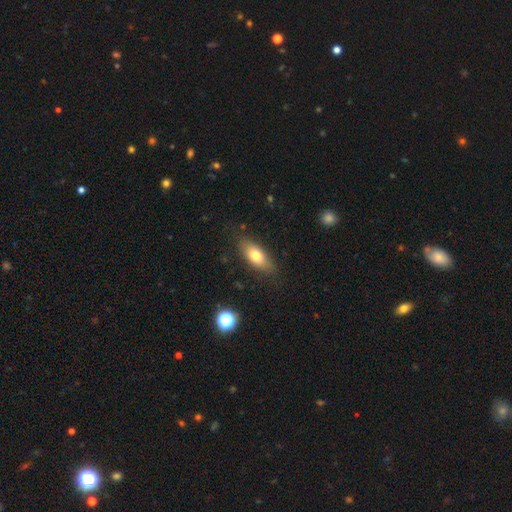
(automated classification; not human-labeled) Smooth or featured?
  - smooth: 74% *
  - featured or disk: 19%
  - star or artifact: 8%
How rounded?
  - in between: 80% *
  - cigar-shaped: 16%
  - round: 4%
Merging?
  - none: 81% *
  - minor disturbance: 14%
  - major disturbance: 3%
  - merger: 1%